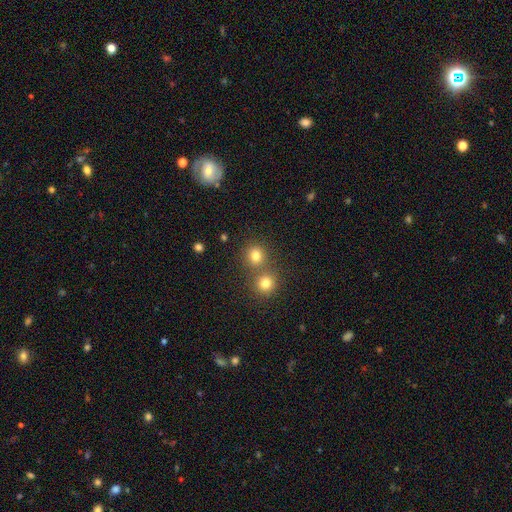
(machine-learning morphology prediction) smooth 79%, star or artifact 15%, featured or disk 6%. Down the decision tree: how rounded — round (88%); merging — none (62%).